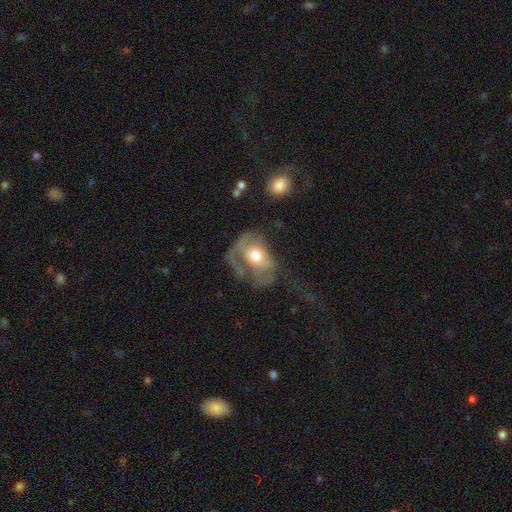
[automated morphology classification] Overall: featured or disk (50%; smooth 42%). Edge-on disk: no (95%). Merging: major disturbance (58%; none 19%).